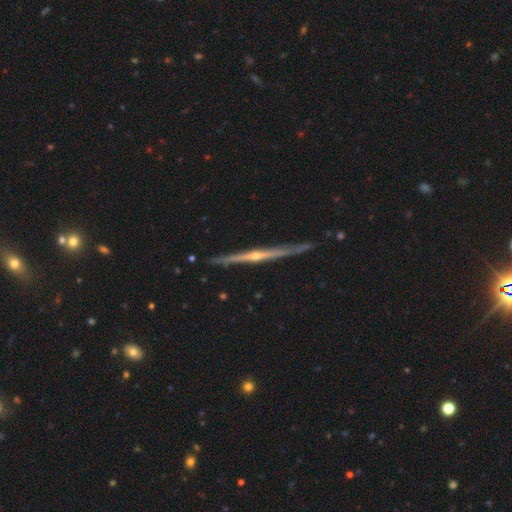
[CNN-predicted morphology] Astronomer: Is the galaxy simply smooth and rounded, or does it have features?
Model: featured or disk — 86%.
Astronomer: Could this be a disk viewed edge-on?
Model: yes — 98%.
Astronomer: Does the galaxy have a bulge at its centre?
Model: rounded — 81%.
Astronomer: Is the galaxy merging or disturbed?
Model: none — 88%.